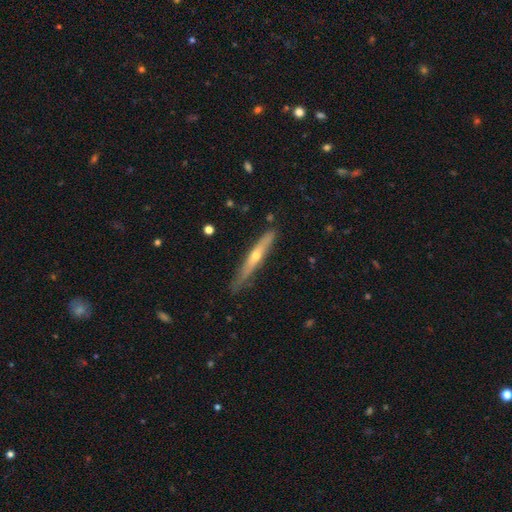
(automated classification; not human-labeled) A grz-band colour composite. It shows a featured or disk galaxy (60%) viewed edge-on (90%) with a rounded central bulge (80%). Merging: none (76%).